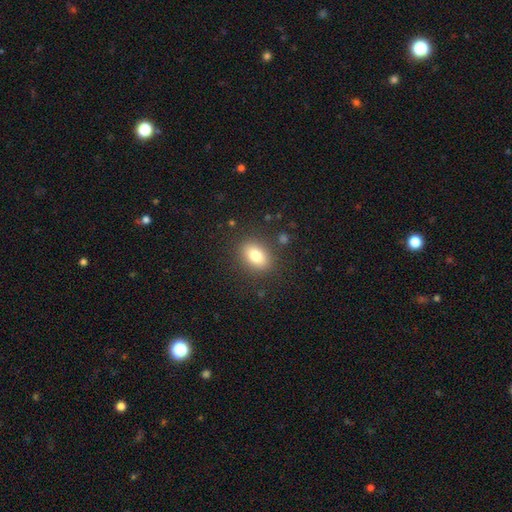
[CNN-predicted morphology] A smooth galaxy with no disk features (79%) that is in between round and cigar-shaped (78%). Merging: none (85%).